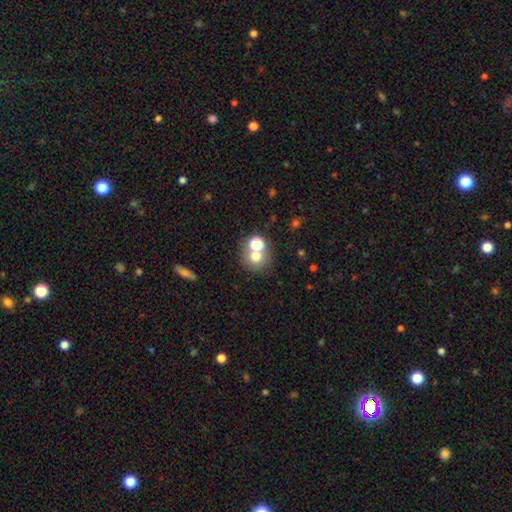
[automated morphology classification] Smooth or featured? Predicted: smooth (p=0.68). How rounded? Predicted: round (p=0.83). Merging? Predicted: none (p=0.51).